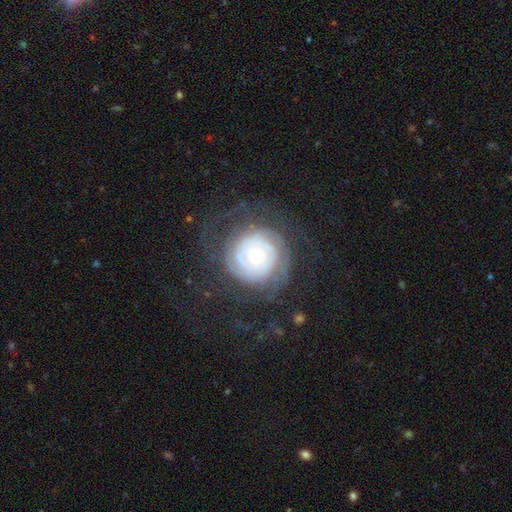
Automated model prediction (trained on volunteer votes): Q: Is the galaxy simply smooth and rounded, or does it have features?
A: featured or disk — 77%.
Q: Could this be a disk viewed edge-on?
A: no — 97%.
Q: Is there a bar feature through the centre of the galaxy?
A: no — 81%.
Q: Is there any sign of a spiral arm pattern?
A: yes — 87%.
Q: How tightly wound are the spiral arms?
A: tight — 71%.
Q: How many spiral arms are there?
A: can't tell — 42%.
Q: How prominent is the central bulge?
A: small — 63%.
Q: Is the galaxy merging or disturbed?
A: none — 65%.